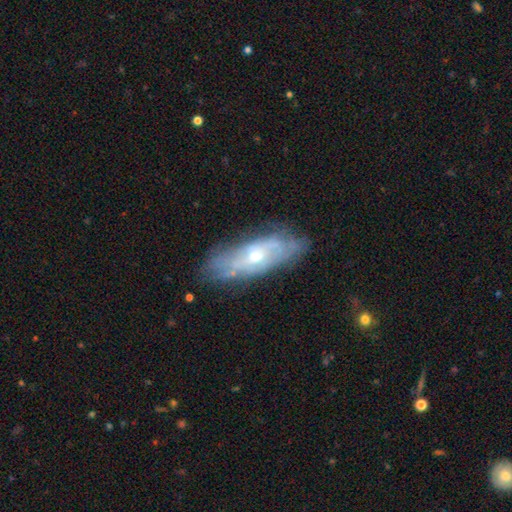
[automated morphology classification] Smooth or featured?
  - featured or disk: 68% *
  - smooth: 25%
  - star or artifact: 7%
Edge-on disk?
  - no: 77% *
  - yes: 23%
Bar?
  - no: 63% *
  - weak: 31%
  - strong: 7%
Spiral arms?
  - yes: 65% *
  - no: 35%
Bulge size?
  - moderate: 56% *
  - small: 38%
  - large: 4%
  - none: 2%
  - dominant: 1%
Merging?
  - none: 68% *
  - minor disturbance: 22%
  - major disturbance: 8%
  - merger: 2%